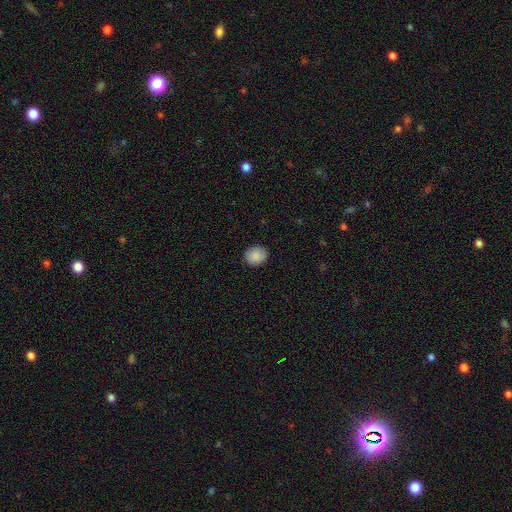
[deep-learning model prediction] smooth-or-featured: smooth: 88% | star or artifact: 8% | featured or disk: 4%
  how-rounded: round: 70% | in between: 30% | cigar-shaped: 1%
  merging: none: 87% | minor disturbance: 10% | major disturbance: 2% | merger: 1%